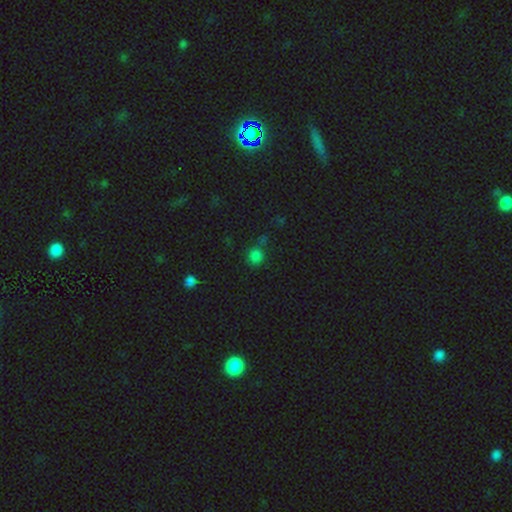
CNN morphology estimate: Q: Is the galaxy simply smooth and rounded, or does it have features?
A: smooth — 72%.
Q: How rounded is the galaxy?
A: round — 86%.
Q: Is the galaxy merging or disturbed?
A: none — 66%.